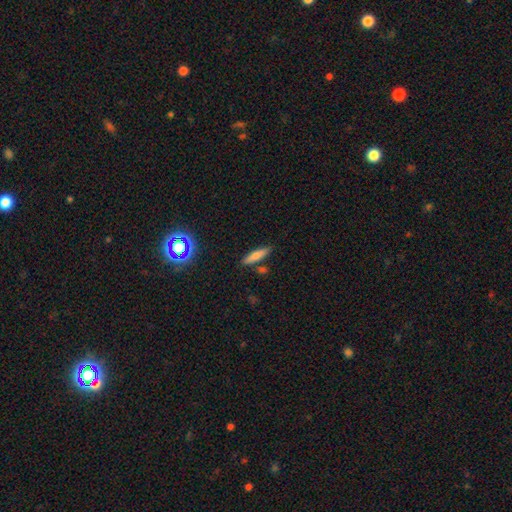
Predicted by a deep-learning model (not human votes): Morphology: type=smooth (67%); roundness=cigar-shaped (70%); merging=none (80%).